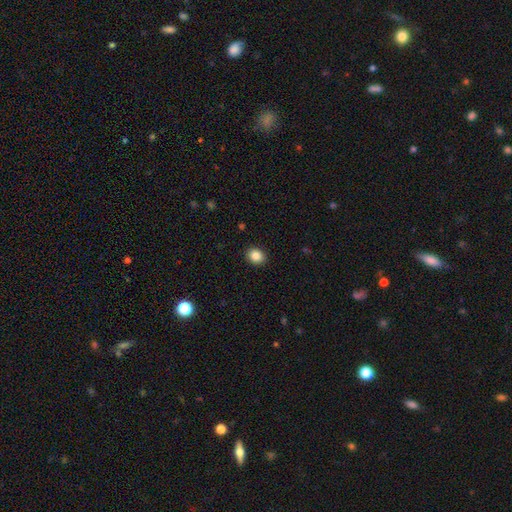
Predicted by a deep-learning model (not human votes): This is clearly a smooth galaxy (85%). How rounded: possibly round (58%). Merging: clearly none (91%).